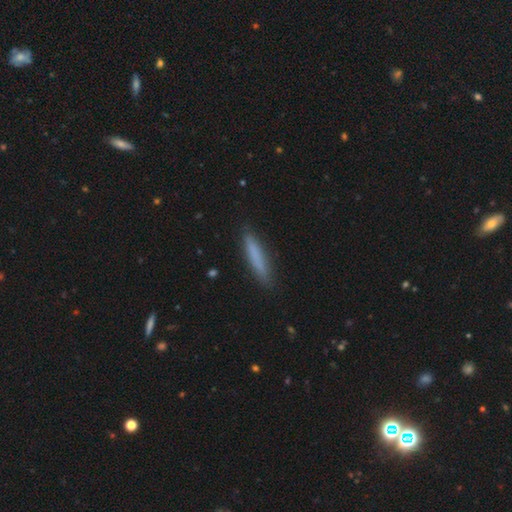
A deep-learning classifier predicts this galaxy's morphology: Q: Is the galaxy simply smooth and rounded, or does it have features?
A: smooth — 77%.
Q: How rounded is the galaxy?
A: cigar-shaped — 91%.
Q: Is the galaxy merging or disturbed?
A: none — 87%.